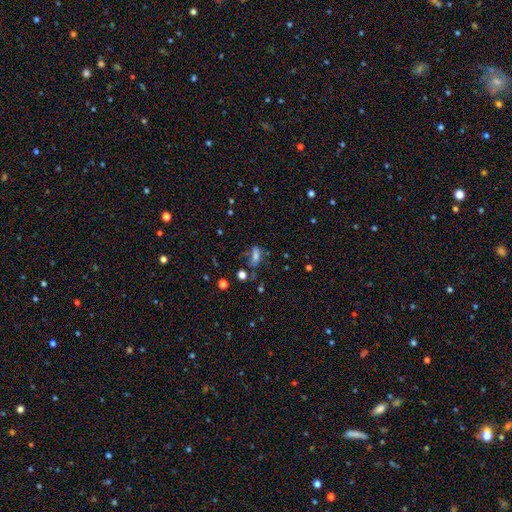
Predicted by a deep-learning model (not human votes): Q: Smooth or featured?
A: smooth (66%); runner-up: featured or disk (18%)
Q: How rounded?
A: in between (77%); runner-up: cigar-shaped (17%)
Q: Merging?
A: none (43%); runner-up: minor disturbance (27%)